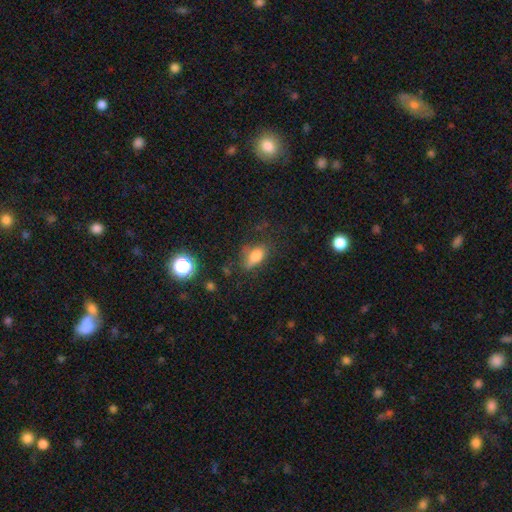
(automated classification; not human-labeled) The model was most divided on "merging": none: 60%, minor disturbance: 25%, major disturbance: 12%, merger: 3%. More confident: how rounded — in between (83%); smooth or featured — smooth (75%).